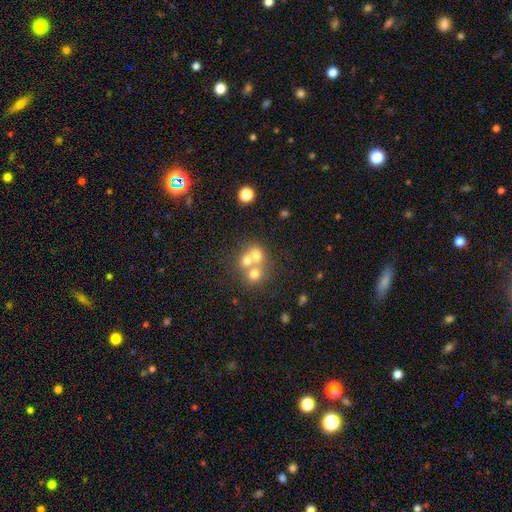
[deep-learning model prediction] Smooth or featured: smooth — 63% (featured or disk — 22%)
How rounded: round — 76% (in between — 23%)
Merging: merger — 59% (none — 31%)